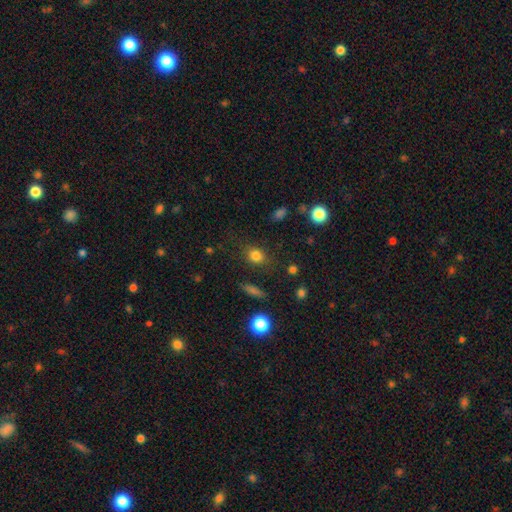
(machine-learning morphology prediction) smooth-or-featured: smooth: 80% | star or artifact: 13% | featured or disk: 7%
  how-rounded: round: 53% | in between: 45% | cigar-shaped: 2%
  merging: none: 79% | minor disturbance: 13% | major disturbance: 5% | merger: 2%